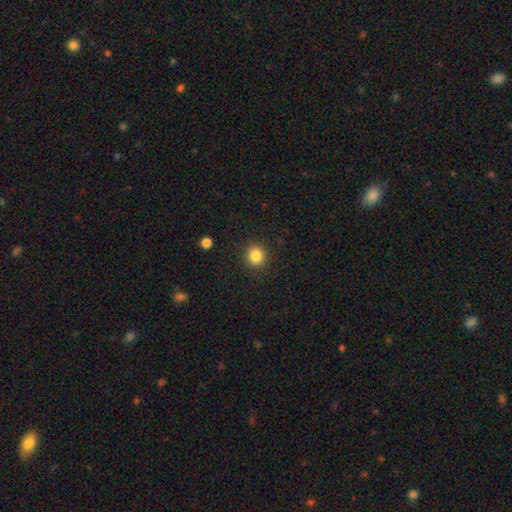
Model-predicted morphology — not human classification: Overall: smooth (84%). How rounded: round (91%). Merging: none (90%).